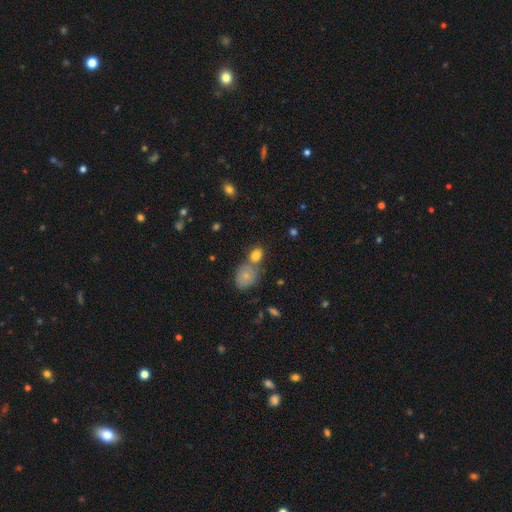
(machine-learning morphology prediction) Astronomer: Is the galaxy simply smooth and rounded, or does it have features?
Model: smooth — 79%.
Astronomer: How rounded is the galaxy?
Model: in between — 64%.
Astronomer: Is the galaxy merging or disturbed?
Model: none — 46% (runner-up: merger, 39%).